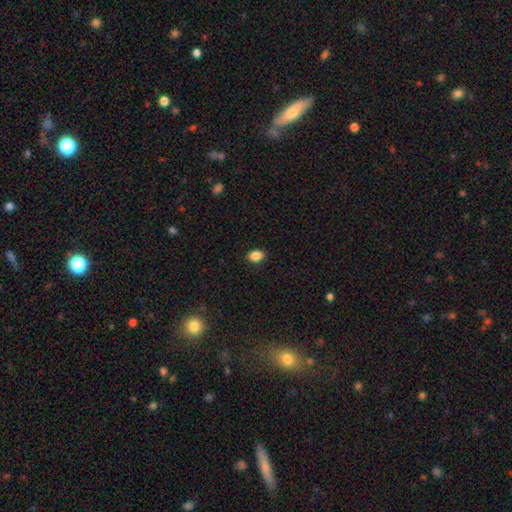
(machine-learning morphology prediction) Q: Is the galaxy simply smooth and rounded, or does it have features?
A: smooth — 88%.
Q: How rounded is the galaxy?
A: in between — 72%.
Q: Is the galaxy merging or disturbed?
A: none — 90%.